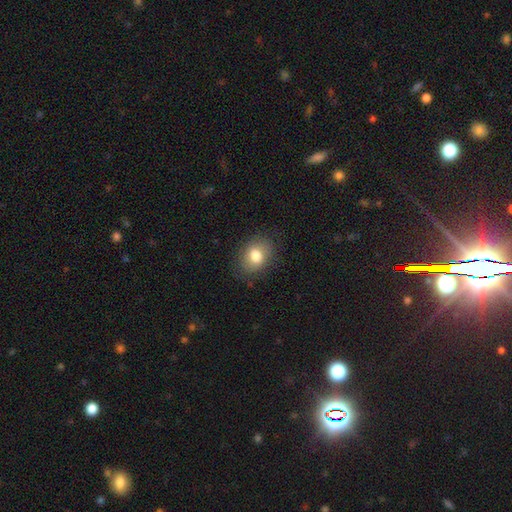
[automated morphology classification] Smooth or featured? Predicted: smooth (p=0.79). How rounded? Predicted: in between (p=0.60). Merging? Predicted: none (p=0.81).